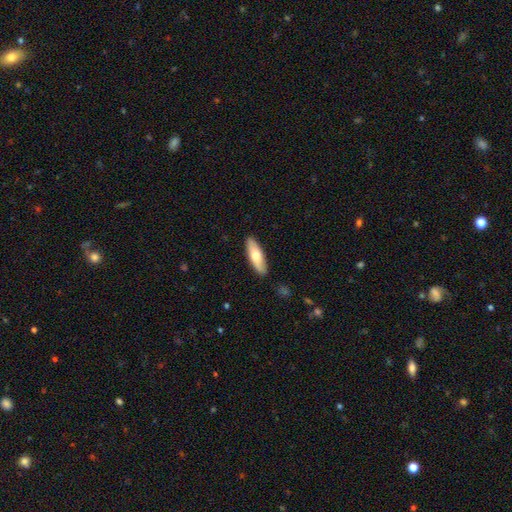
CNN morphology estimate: Overall: smooth (66%; featured or disk 29%). How rounded: cigar-shaped (50%; in between 48%). Merging: none (88%).